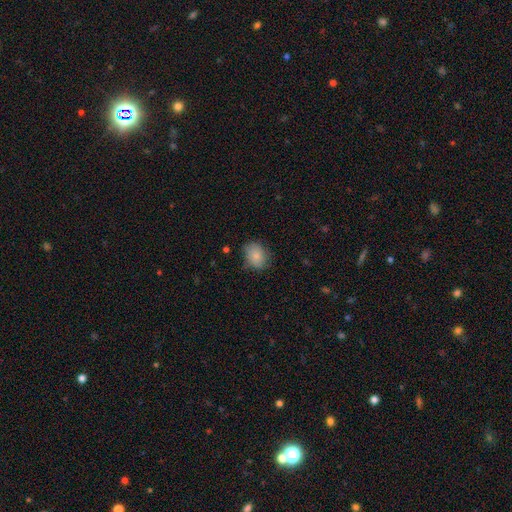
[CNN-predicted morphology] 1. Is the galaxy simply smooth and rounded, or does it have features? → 82% smooth, 10% featured or disk, 8% star or artifact.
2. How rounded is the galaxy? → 53% in between, 46% round, 1% cigar-shaped.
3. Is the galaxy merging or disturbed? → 71% none, 22% minor disturbance, 5% major disturbance, 1% merger.